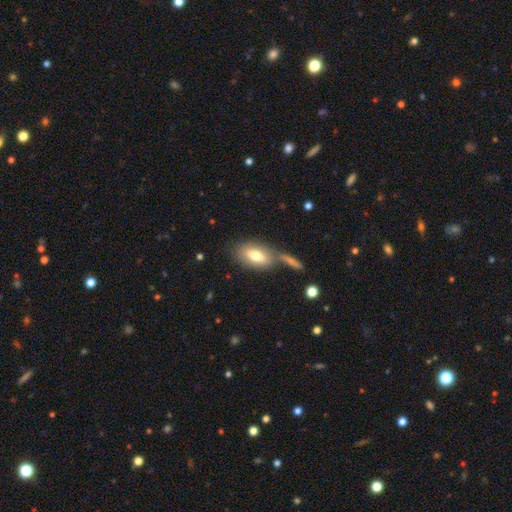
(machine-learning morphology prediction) The model was most divided on "merging": none: 52%, merger: 25%, minor disturbance: 15%, major disturbance: 7%. More confident: how rounded — in between (89%); smooth or featured — smooth (73%).